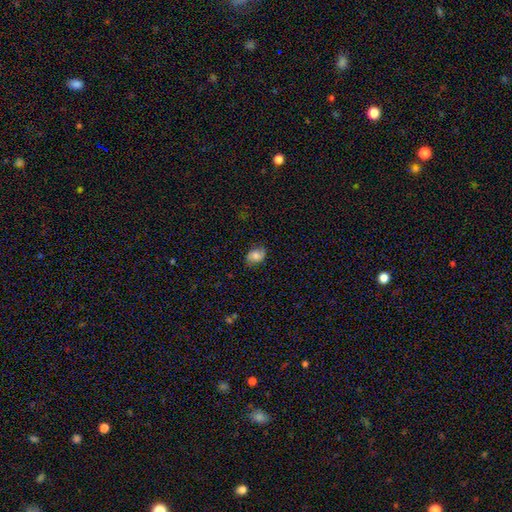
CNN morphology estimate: Smooth or featured? Predicted: smooth (p=0.77). How rounded? Predicted: in between (p=0.77). Merging? Predicted: none (p=0.82).